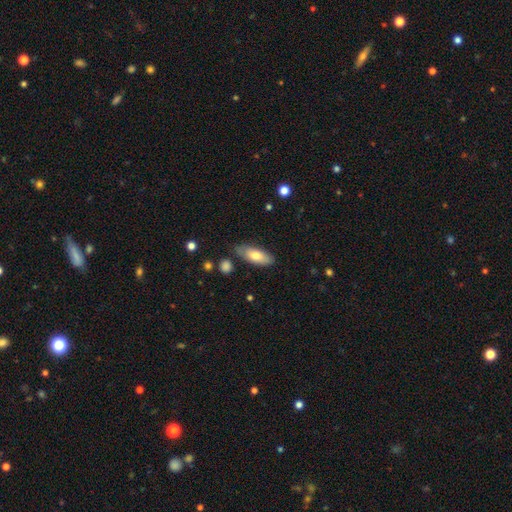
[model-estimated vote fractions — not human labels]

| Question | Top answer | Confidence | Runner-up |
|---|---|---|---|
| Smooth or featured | smooth | 72% | featured or disk (22%) |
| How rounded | in between | 76% | cigar-shaped (21%) |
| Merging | none | 75% | minor disturbance (18%) |